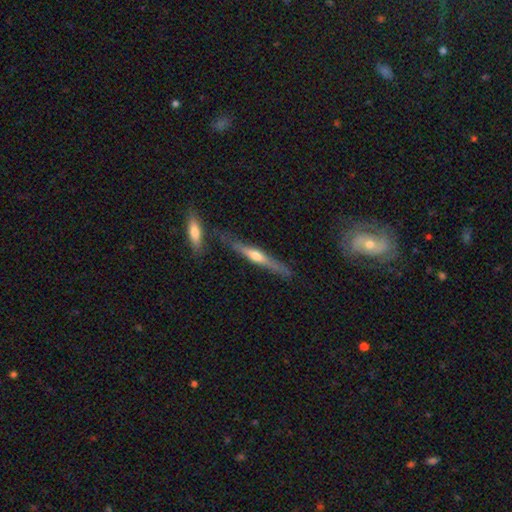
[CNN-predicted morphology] type=featured or disk (64%); edge-on=yes (95%); edge-on bulge=rounded (82%); merging=none (74%).